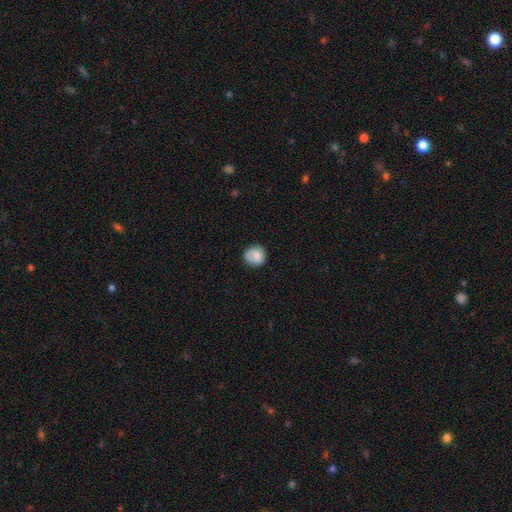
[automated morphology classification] Q: Smooth or featured?
A: smooth (79%); runner-up: featured or disk (14%)
Q: How rounded?
A: round (86%); runner-up: in between (13%)
Q: Merging?
A: none (75%); runner-up: minor disturbance (18%)